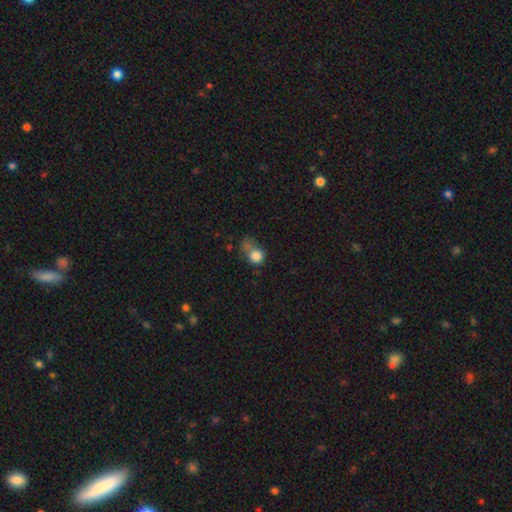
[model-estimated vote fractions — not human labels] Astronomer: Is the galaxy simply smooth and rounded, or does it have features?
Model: smooth — 81%.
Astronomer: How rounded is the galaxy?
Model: round — 78%.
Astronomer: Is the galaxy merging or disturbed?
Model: none — 34% (runner-up: major disturbance, 24%).